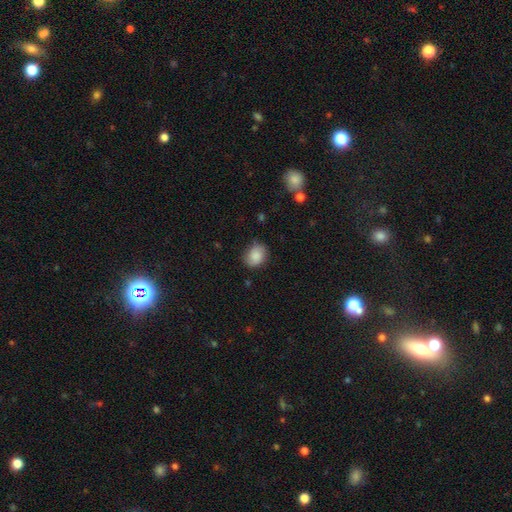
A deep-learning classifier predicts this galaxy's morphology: type=smooth (83%); roundness=round (50%); merging=none (74%).